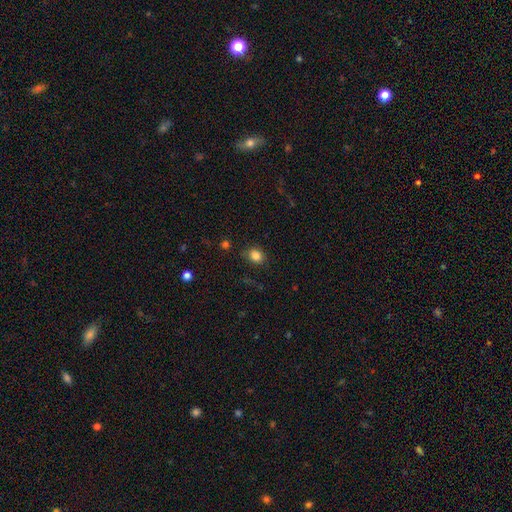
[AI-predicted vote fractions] A smooth galaxy with no disk features (83%) that is round (60%). Merging: none (79%).